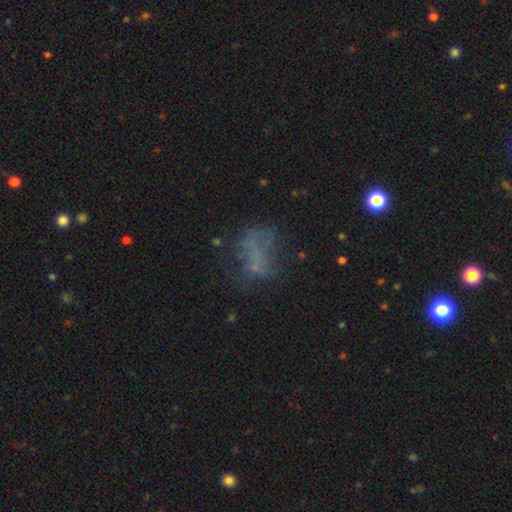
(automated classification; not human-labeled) Q: Smooth or featured?
A: smooth (42%); runner-up: featured or disk (34%)
Q: Merging?
A: none (43%); runner-up: major disturbance (29%)